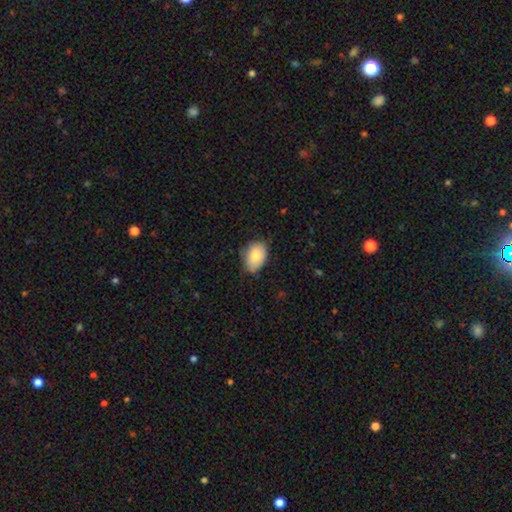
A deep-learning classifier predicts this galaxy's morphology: This appears to be a smooth galaxy with no disk features (81%) that is in between round and cigar-shaped (82%). Merging: none (70%).